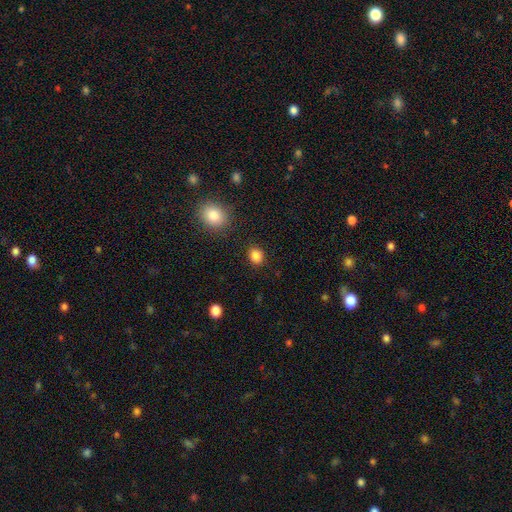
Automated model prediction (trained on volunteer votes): Overall: smooth (85%). How rounded: round (63%; in between 36%). Merging: none (87%).